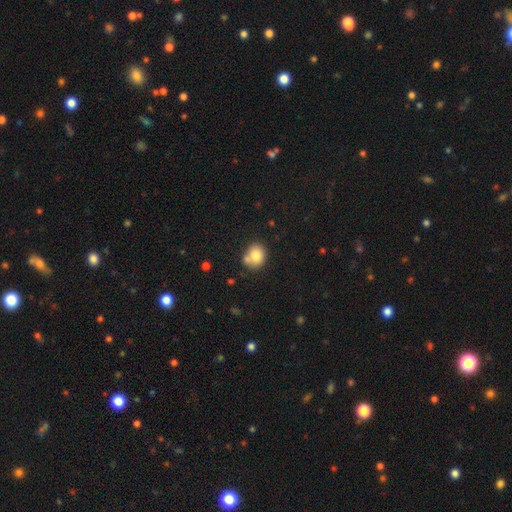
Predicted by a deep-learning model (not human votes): This appears to be a smooth galaxy with no disk features (78%) that is round (67%). Merging: none (57%).